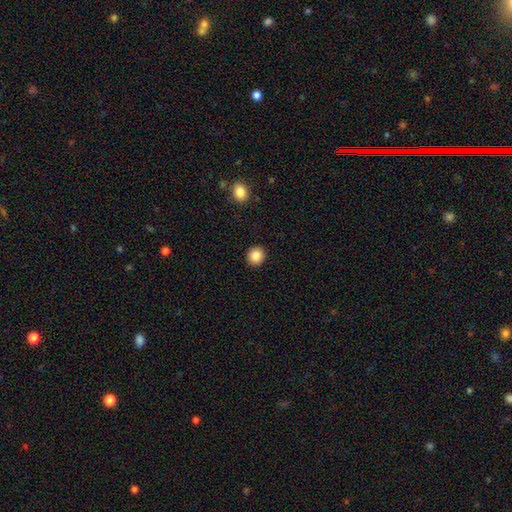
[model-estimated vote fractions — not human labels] Smooth or featured: smooth — 86% (star or artifact — 9%)
How rounded: round — 88% (in between — 11%)
Merging: none — 93% (minor disturbance — 5%)